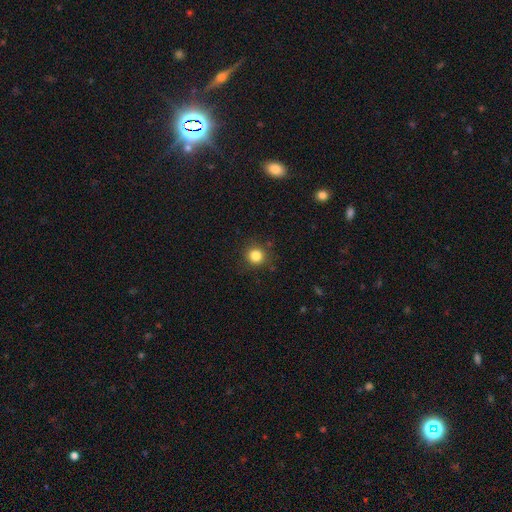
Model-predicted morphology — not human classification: smooth 83%, star or artifact 12%, featured or disk 5%. Down the decision tree: how rounded — round (92%); merging — none (87%).